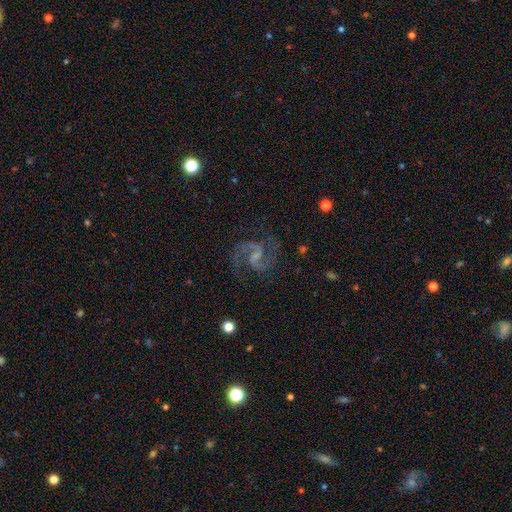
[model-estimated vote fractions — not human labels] This is clearly a featured or disk galaxy (92%). It is clearly not viewed edge-on (98%). Bar: possibly weak (56%). Spiral arm pattern: clearly yes (98%). Spiral arm count: clearly 2 (94%). Spiral winding: likely medium (66%). Central bulge: marginally none (42%). Merging: likely none (78%).